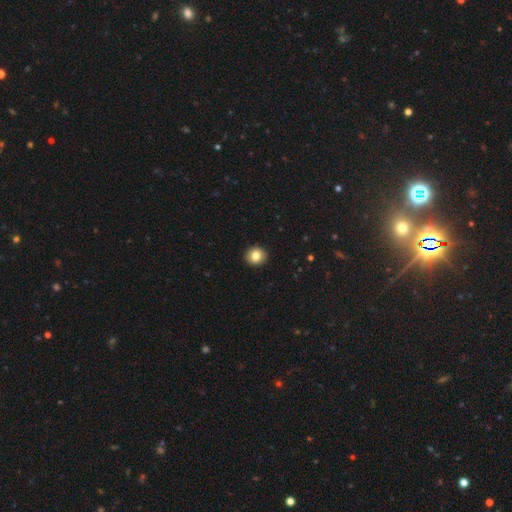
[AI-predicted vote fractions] smooth-or-featured: smooth: 84% | star or artifact: 9% | featured or disk: 7%
  how-rounded: round: 87% | in between: 12% | cigar-shaped: 1%
  merging: none: 93% | minor disturbance: 5% | major disturbance: 1% | merger: 1%